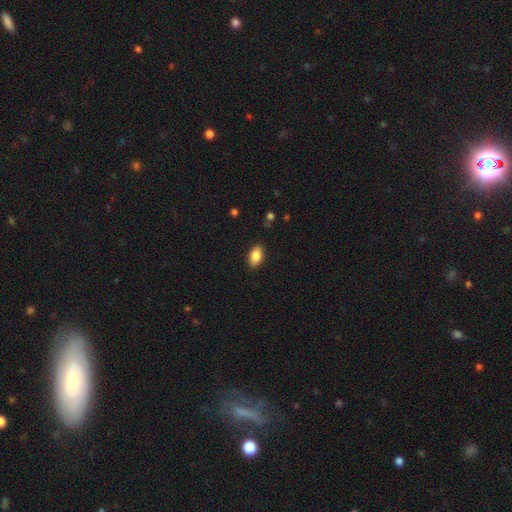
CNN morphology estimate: A smooth galaxy with no disk features (84%) that is in between round and cigar-shaped (91%).

Vote fractions:
- Smooth or featured? smooth: 84% / featured or disk: 9% / star or artifact: 7%
- How rounded? in between: 91% / round: 5% / cigar-shaped: 4%
- Merging? none: 87% / minor disturbance: 10% / major disturbance: 2% / merger: 1%